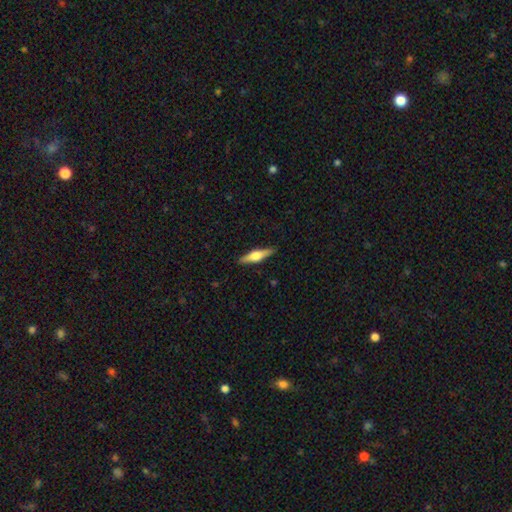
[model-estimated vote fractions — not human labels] The model was most divided on "smooth or featured": featured or disk: 56%, smooth: 38%, star or artifact: 6%. More confident: edge-on disk — yes (96%); edge-on bulge — rounded (92%); merging — none (90%).